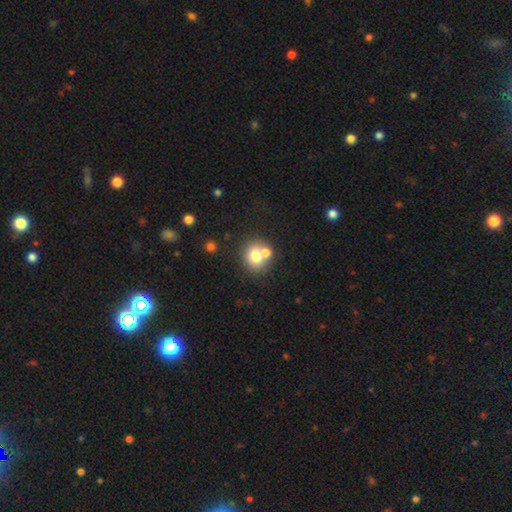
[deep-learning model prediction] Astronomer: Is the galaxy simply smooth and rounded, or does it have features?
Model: smooth — 73%.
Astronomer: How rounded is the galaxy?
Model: round — 79%.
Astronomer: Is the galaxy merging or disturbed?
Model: none — 52% (runner-up: merger, 37%).